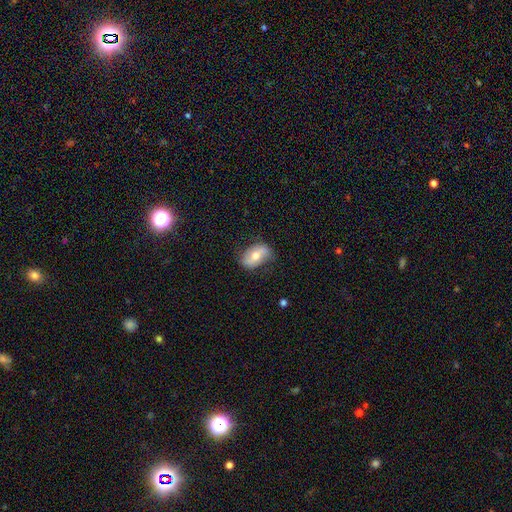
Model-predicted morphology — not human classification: Q: Smooth or featured?
A: smooth (50%); runner-up: featured or disk (43%)
Q: Merging?
A: none (68%); runner-up: minor disturbance (24%)